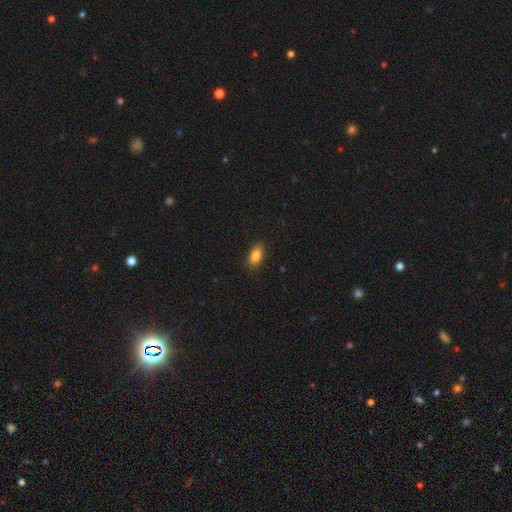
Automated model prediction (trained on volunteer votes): The model was most divided on "merging": none: 86%, minor disturbance: 11%, major disturbance: 2%, merger: 1%. More confident: how rounded — in between (88%); smooth or featured — smooth (85%).